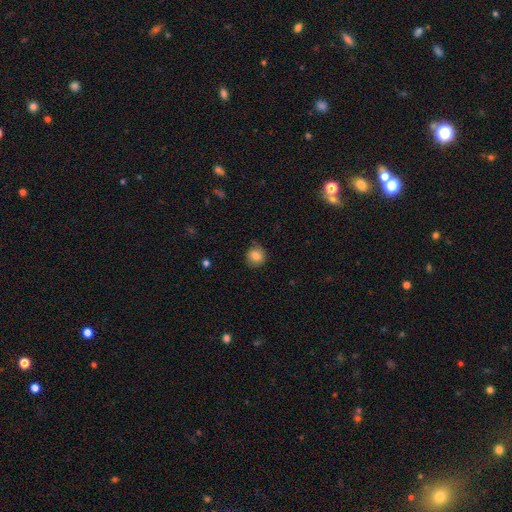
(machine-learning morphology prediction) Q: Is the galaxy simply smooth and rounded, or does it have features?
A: smooth — 83%.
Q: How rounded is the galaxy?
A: round — 89%.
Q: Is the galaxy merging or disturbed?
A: none — 85%.